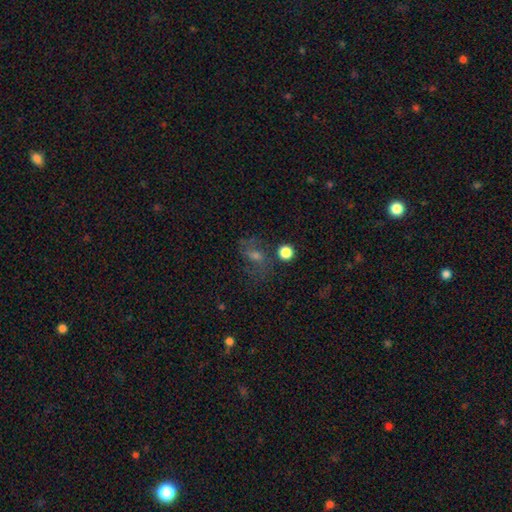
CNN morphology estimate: Smooth or featured?
  - featured or disk: 36% *
  - smooth: 35%
  - star or artifact: 28%
Merging?
  - none: 56% *
  - minor disturbance: 19%
  - major disturbance: 18%
  - merger: 7%